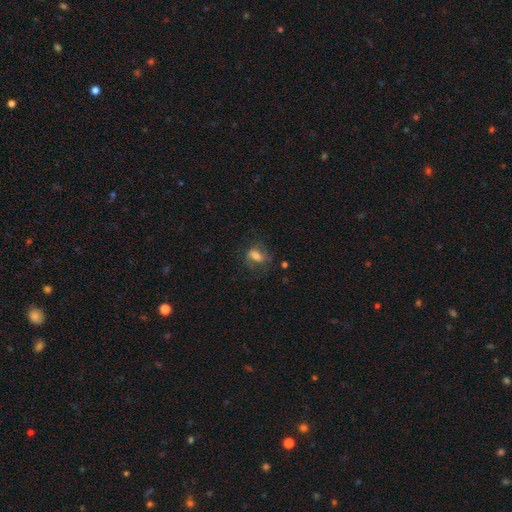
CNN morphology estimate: smooth-or-featured: smooth: 55% | featured or disk: 34% | star or artifact: 11%
  how-rounded: in between: 72% | round: 23% | cigar-shaped: 5%
  merging: none: 54% | minor disturbance: 23% | major disturbance: 21% | merger: 2%